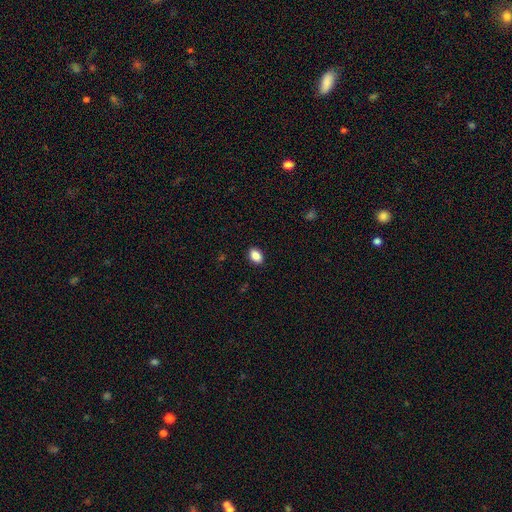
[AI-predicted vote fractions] A smooth galaxy with no disk features (88%) that is in between round and cigar-shaped (83%). Merging: none (89%).